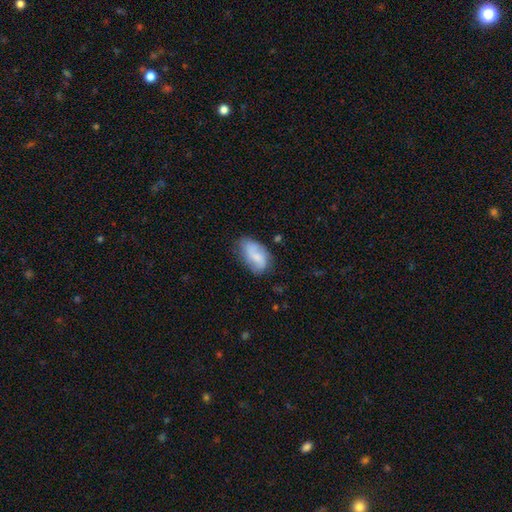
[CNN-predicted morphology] Smooth or featured? Predicted: smooth (p=0.55). How rounded? Predicted: in between (p=0.91). Merging? Predicted: none (p=0.57).